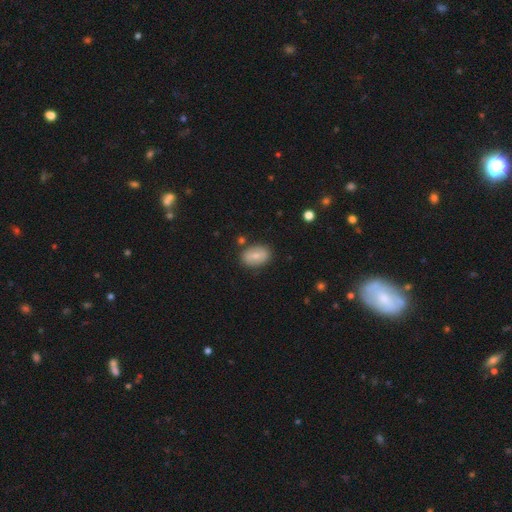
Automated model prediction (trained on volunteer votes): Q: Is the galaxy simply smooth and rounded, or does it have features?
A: smooth — 68%.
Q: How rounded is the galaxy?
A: in between — 85%.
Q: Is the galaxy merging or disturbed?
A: none — 82%.